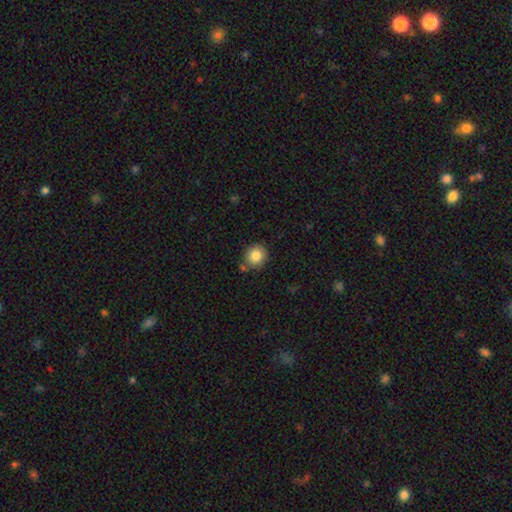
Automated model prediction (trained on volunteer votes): Q: Smooth or featured?
A: smooth (85%); runner-up: star or artifact (9%)
Q: How rounded?
A: round (86%); runner-up: in between (13%)
Q: Merging?
A: none (79%); runner-up: minor disturbance (12%)